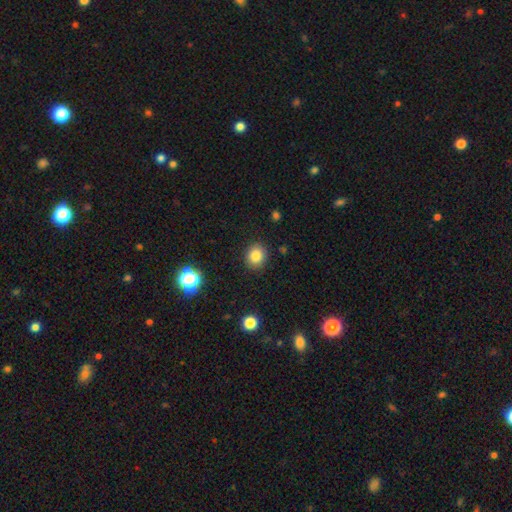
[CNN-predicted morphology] A smooth galaxy with no disk features (83%) that is round (73%). Merging: none (89%).